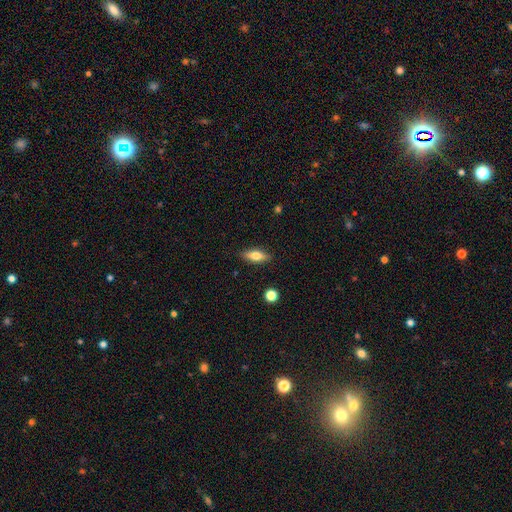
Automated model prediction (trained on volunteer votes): Smooth or featured? smooth (62%)
How rounded? in between (63%)
Merging? none (87%)